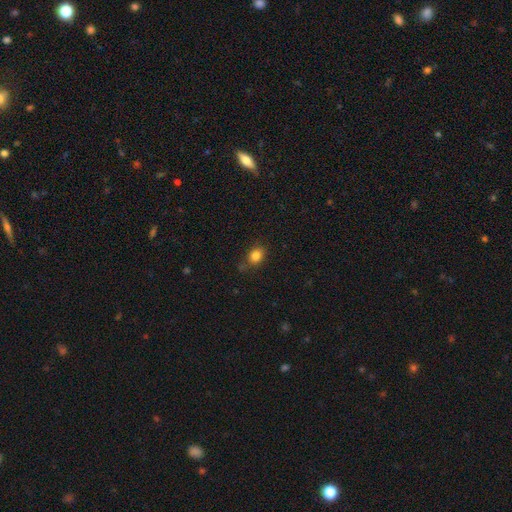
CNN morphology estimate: type=smooth (84%); roundness=in between (51%); merging=none (77%).